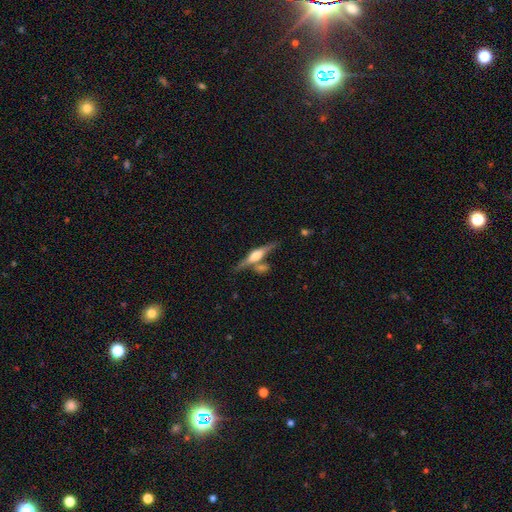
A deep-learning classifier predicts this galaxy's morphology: featured or disk 74%, smooth 20%, star or artifact 6%. Down the decision tree: edge-on disk — yes (97%); edge-on bulge — rounded (87%); merging — none (67%).